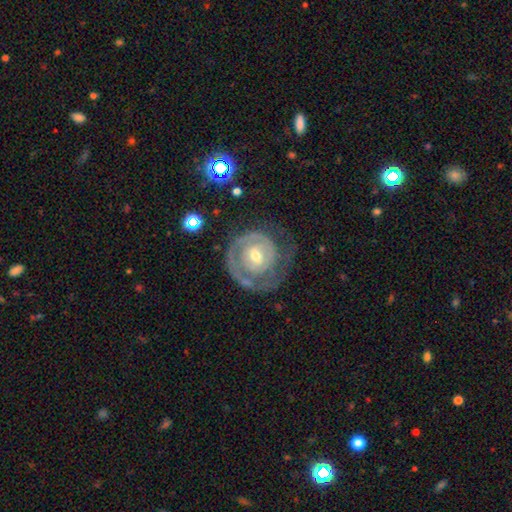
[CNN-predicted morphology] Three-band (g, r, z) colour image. It shows a featured or disk galaxy (82%) with no bar (63%), 1 (38%) tight (74%) spiral arms (84%) and a moderate central bulge (49%). Merging: none (60%).